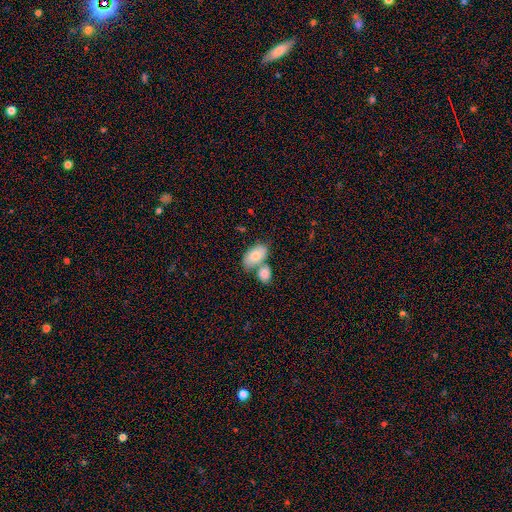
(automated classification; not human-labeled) Overall: smooth (79%). How rounded: in between (93%). Merging: none (42%, tied with merger).